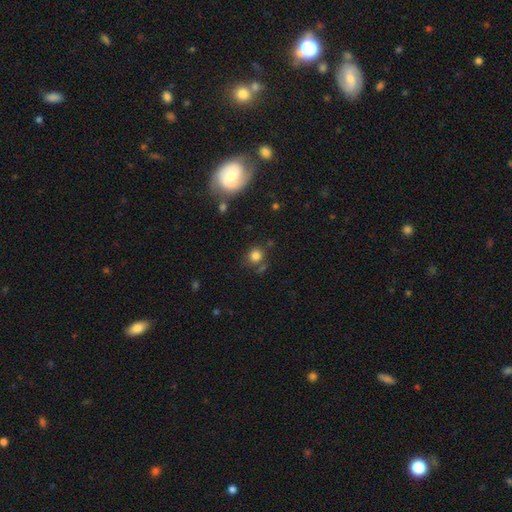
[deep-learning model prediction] This appears to be a smooth galaxy with no disk features (80%) that is round (82%). Merging: none (73%).